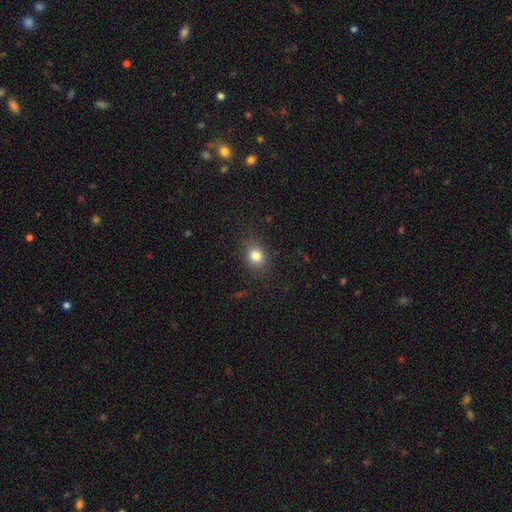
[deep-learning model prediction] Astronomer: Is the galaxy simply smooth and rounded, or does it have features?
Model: smooth — 81%.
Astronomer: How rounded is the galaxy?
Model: round — 59% (runner-up: in between, 39%).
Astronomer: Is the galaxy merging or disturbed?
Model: none — 85%.